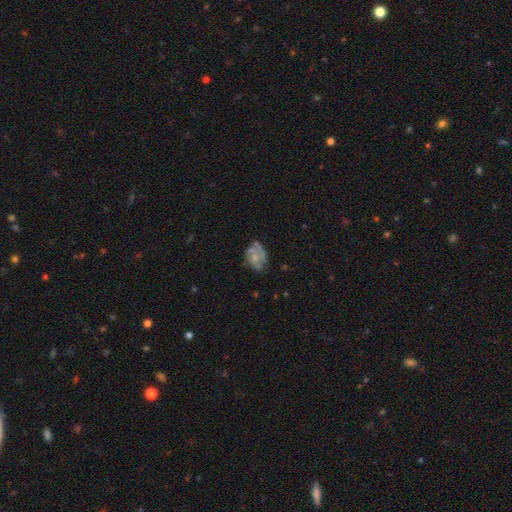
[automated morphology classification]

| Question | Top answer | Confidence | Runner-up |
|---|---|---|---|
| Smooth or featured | featured or disk | 56% | smooth (35%) |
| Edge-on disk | no | 97% | yes (3%) |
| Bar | no | 85% | weak (13%) |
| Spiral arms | no | 57% | yes (43%) |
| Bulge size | moderate | 35% | small (34%) |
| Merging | none | 51% | minor disturbance (25%) |